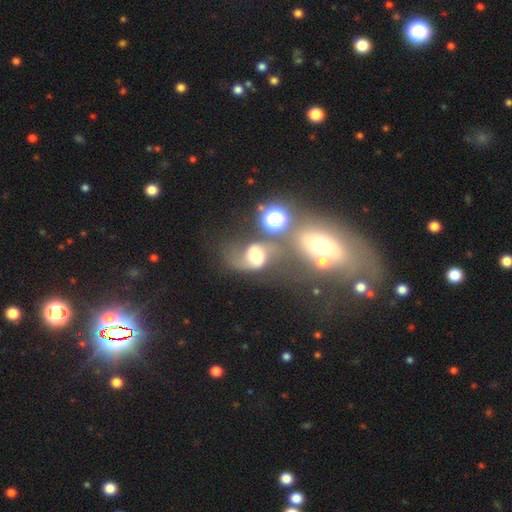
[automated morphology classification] This appears to be a featured or disk galaxy (56%) with no bar (53%), spiral arms (84%) and a moderate central bulge (39%). Merging: none (36%).